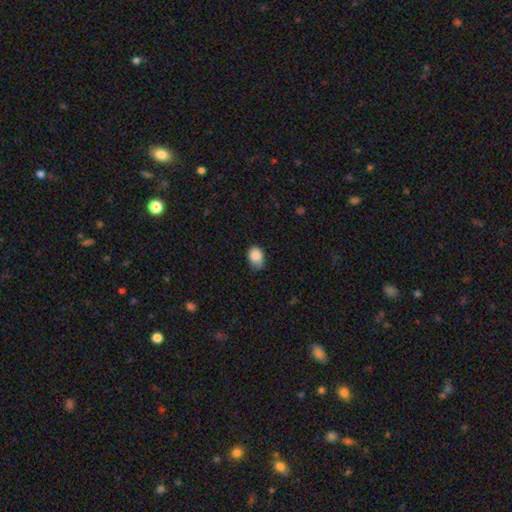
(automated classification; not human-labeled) smooth-or-featured: smooth: 87% | star or artifact: 8% | featured or disk: 6%
  how-rounded: in between: 67% | round: 32% | cigar-shaped: 1%
  merging: none: 54% | minor disturbance: 38% | major disturbance: 7% | merger: 2%